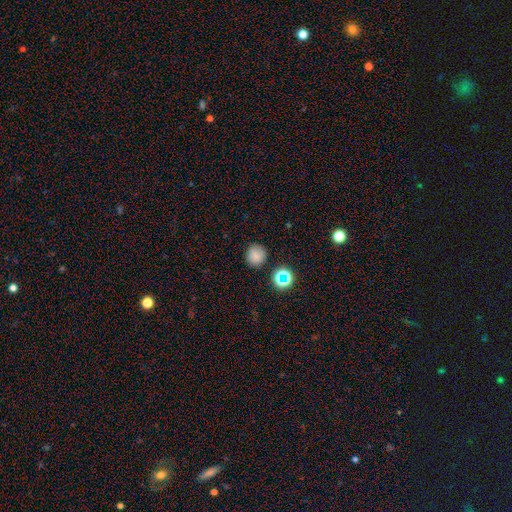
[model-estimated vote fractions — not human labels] smooth 78%, star or artifact 16%, featured or disk 6%. Down the decision tree: how rounded — round (90%); merging — none (85%).